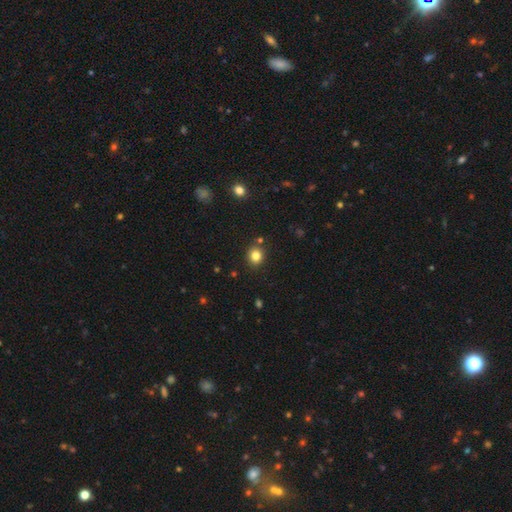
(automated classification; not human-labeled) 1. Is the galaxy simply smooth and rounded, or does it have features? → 82% smooth, 12% star or artifact, 6% featured or disk.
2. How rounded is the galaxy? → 78% round, 21% in between, 1% cigar-shaped.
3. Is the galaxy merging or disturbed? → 85% none, 8% minor disturbance, 4% merger, 2% major disturbance.